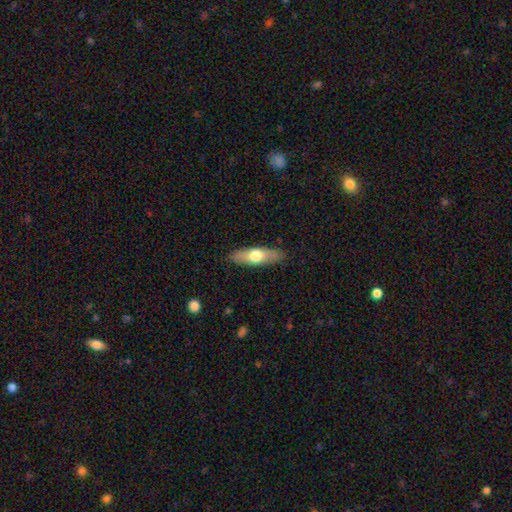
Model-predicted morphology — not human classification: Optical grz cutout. It shows a smooth galaxy with no disk features (58%) that is cigar-shaped (51%). Merging: none (88%).